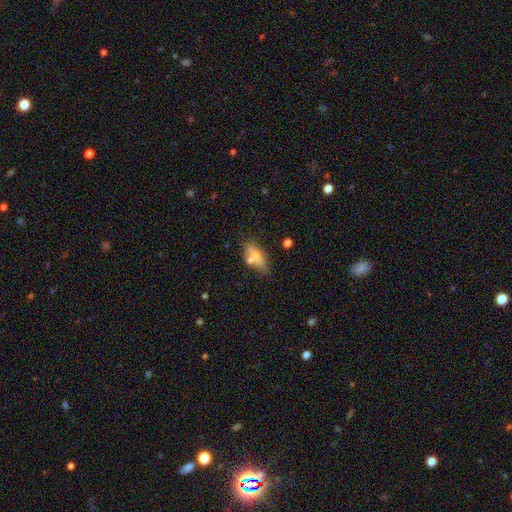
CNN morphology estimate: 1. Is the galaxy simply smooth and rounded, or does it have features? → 64% smooth, 26% featured or disk, 10% star or artifact.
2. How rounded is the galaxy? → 58% in between, 37% cigar-shaped, 5% round.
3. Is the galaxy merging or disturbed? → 65% none, 17% minor disturbance, 14% merger, 5% major disturbance.